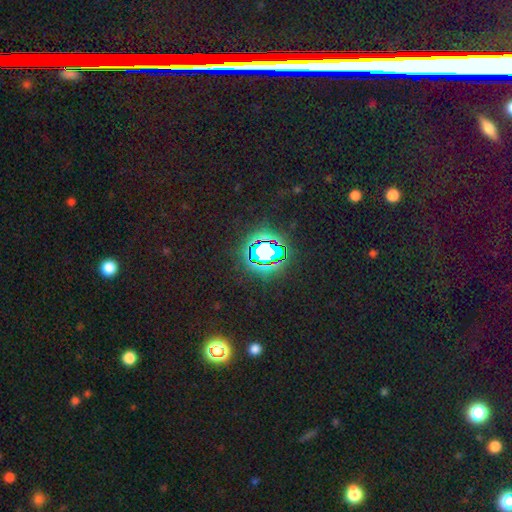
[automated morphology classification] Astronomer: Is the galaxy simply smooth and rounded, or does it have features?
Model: star or artifact — 79%.